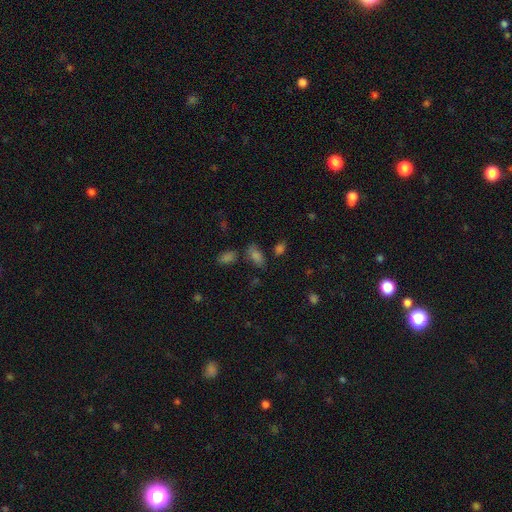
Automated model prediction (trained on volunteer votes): smooth_or_featured: smooth (p=0.73) [alt: star or artifact p=0.17]
how_rounded: in between (p=0.88) [alt: cigar-shaped p=0.07]
merging: none (p=0.68) [alt: minor disturbance p=0.14]